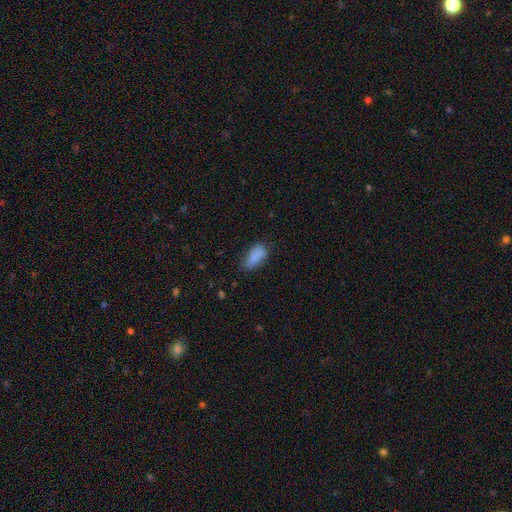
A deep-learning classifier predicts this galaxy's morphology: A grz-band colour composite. It shows a smooth galaxy with no disk features (87%) that is in between round and cigar-shaped (89%). Merging: none (65%).